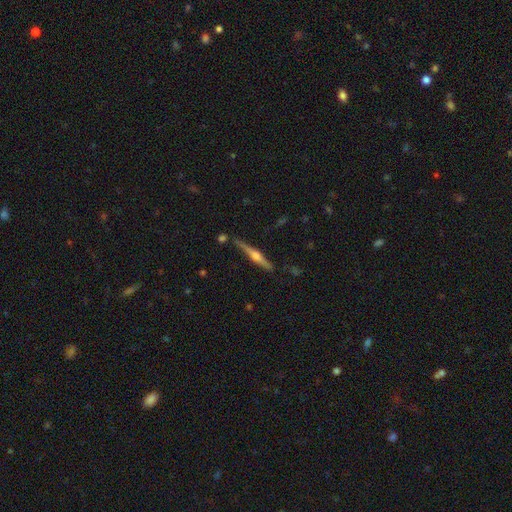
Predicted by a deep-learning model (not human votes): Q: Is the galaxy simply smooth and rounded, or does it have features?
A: featured or disk — 77%.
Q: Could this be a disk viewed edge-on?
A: yes — 98%.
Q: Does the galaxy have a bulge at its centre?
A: rounded — 92%.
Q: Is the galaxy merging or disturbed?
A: none — 85%.